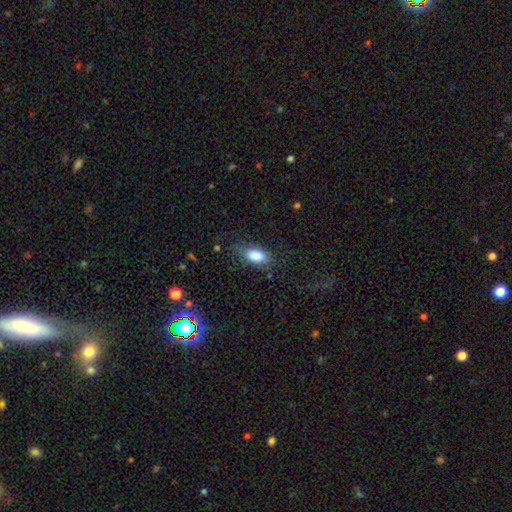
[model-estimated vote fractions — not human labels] A smooth galaxy with no disk features (84%) that is in between round and cigar-shaped (90%).

Vote fractions:
- Smooth or featured? smooth: 84% / featured or disk: 8% / star or artifact: 7%
- How rounded? in between: 90% / cigar-shaped: 6% / round: 4%
- Merging? none: 67% / minor disturbance: 21% / major disturbance: 10% / merger: 2%